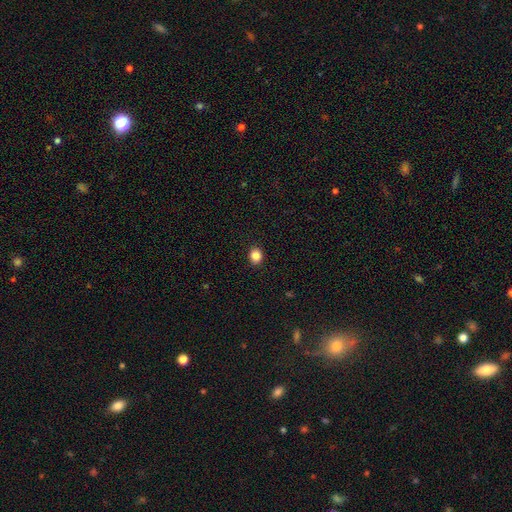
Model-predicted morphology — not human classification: This appears to be a smooth galaxy with no disk features (86%) that is round (67%). Merging: none (91%).